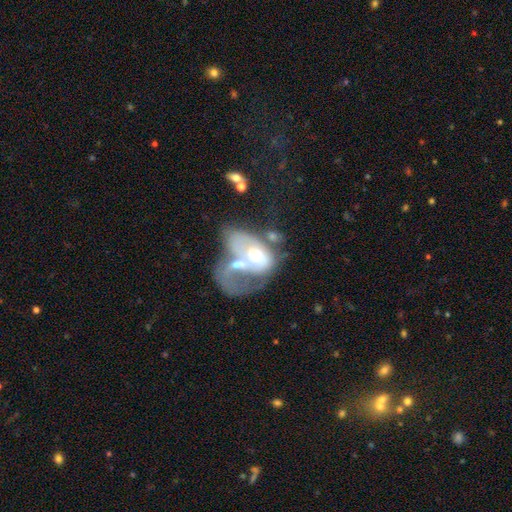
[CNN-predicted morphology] The model was most divided on "smooth or featured": featured or disk: 58%, smooth: 34%, star or artifact: 8%. More confident: edge-on disk — no (96%); bar — no (79%); spiral arms — no (64%); bulge size — moderate (62%); merging — merger (62%).